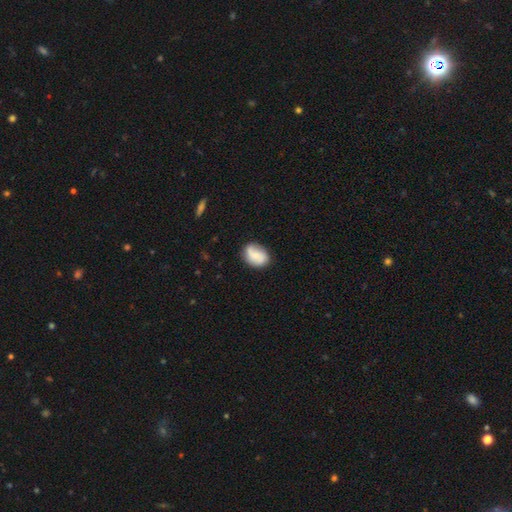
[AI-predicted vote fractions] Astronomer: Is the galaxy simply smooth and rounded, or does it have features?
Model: smooth — 61%.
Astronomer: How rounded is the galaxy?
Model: in between — 69%.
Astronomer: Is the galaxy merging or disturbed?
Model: none — 69%.